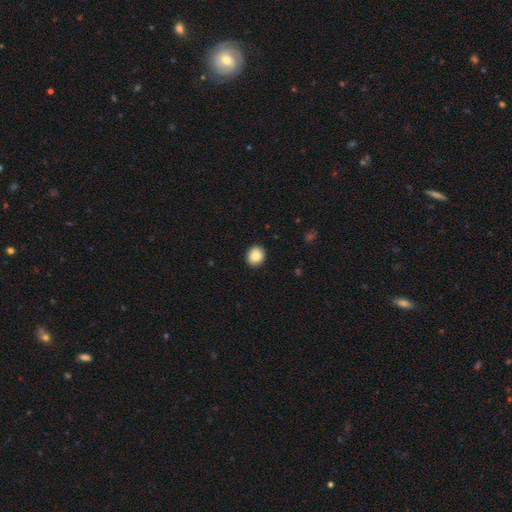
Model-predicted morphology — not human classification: type=smooth (86%); roundness=round (73%); merging=none (91%).